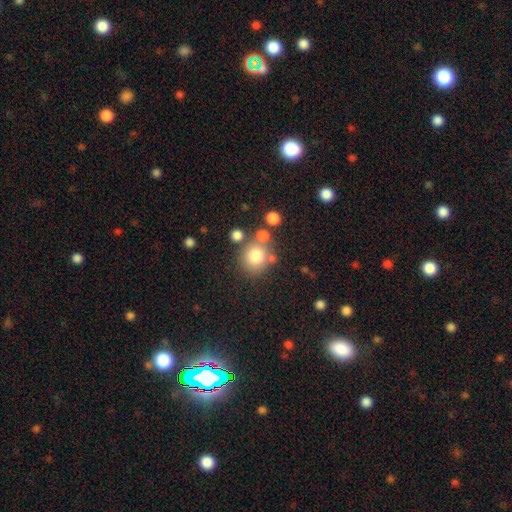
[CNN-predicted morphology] This is likely a smooth galaxy (77%). How rounded: clearly round (84%). Merging: likely none (65%).